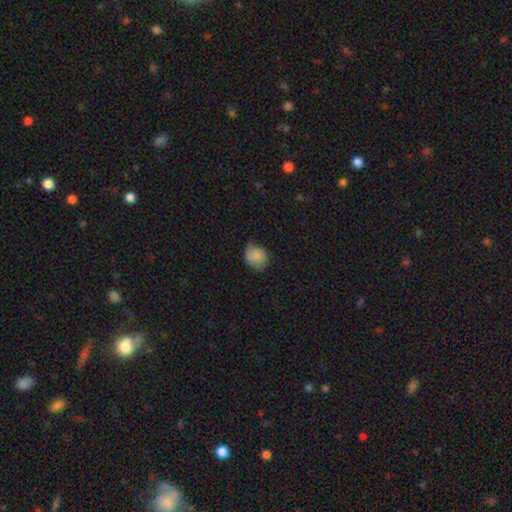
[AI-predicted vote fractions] smooth 81%, featured or disk 10%, star or artifact 9%. Down the decision tree: how rounded — round (67%); merging — none (55%).